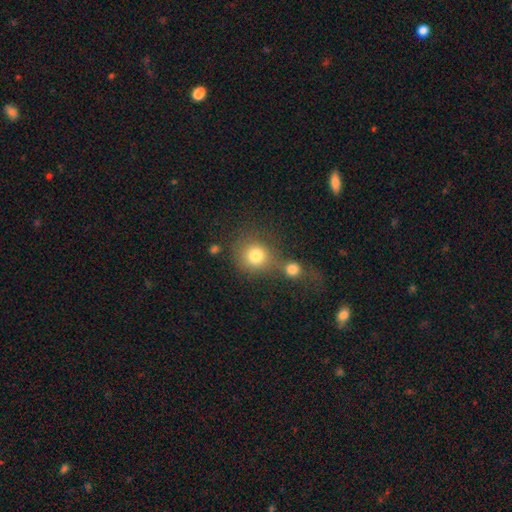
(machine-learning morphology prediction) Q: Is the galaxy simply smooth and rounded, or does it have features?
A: smooth — 79%.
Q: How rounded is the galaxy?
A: round — 88%.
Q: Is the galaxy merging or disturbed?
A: none — 51%.